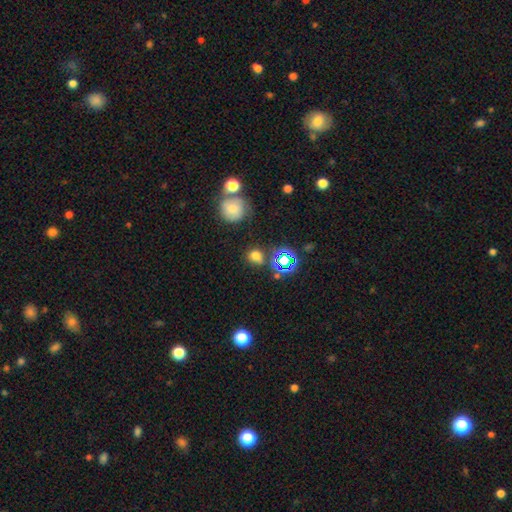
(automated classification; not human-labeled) Smooth or featured? smooth (65%)
How rounded? round (71%)
Merging? none (68%)